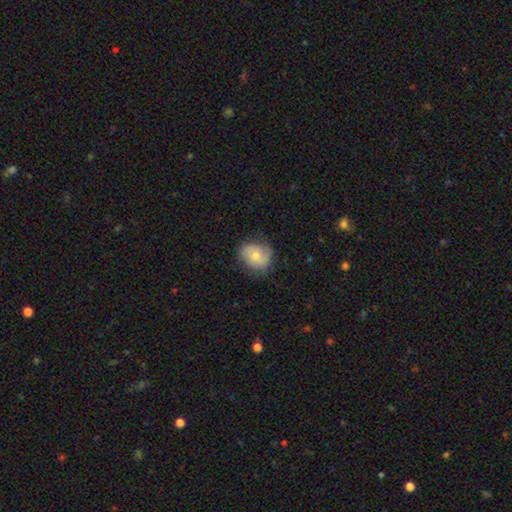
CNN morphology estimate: The model was most divided on "smooth or featured": smooth: 51%, featured or disk: 42%, star or artifact: 7%. More confident: merging — none (72%); how rounded — round (67%).